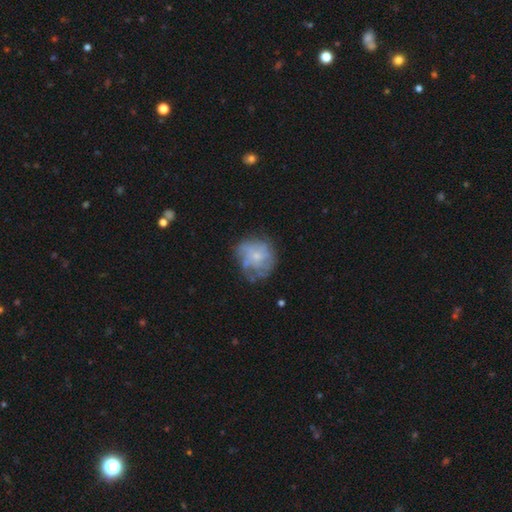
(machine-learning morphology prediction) featured or disk 50%, smooth 40%, star or artifact 10%. Down the decision tree: edge-on disk — no (98%); merging — none (57%).